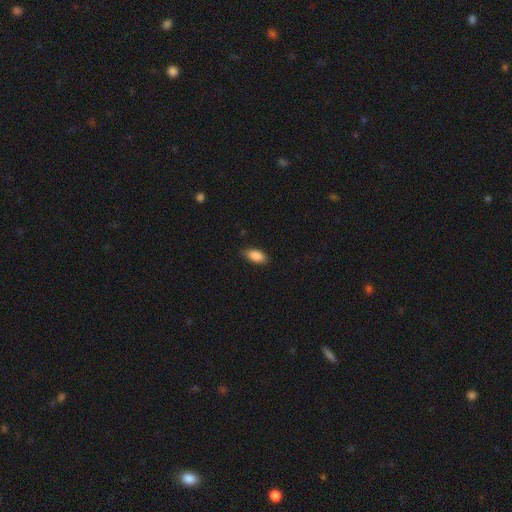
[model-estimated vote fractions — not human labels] Smooth or featured? Predicted: smooth (p=0.89). How rounded? Predicted: in between (p=0.91). Merging? Predicted: none (p=0.85).